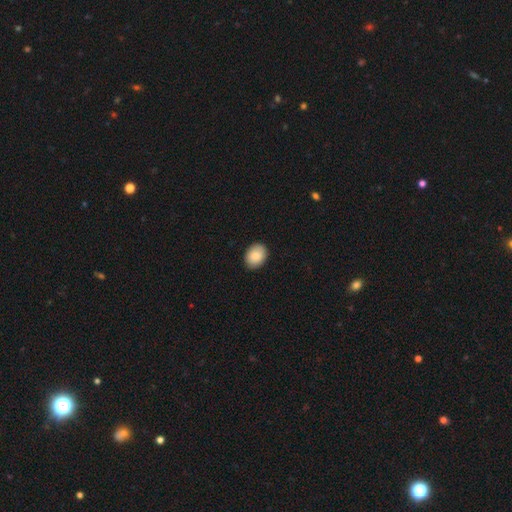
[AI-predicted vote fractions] Q: Smooth or featured?
A: smooth (85%); runner-up: featured or disk (8%)
Q: How rounded?
A: in between (64%); runner-up: round (35%)
Q: Merging?
A: none (88%); runner-up: minor disturbance (9%)